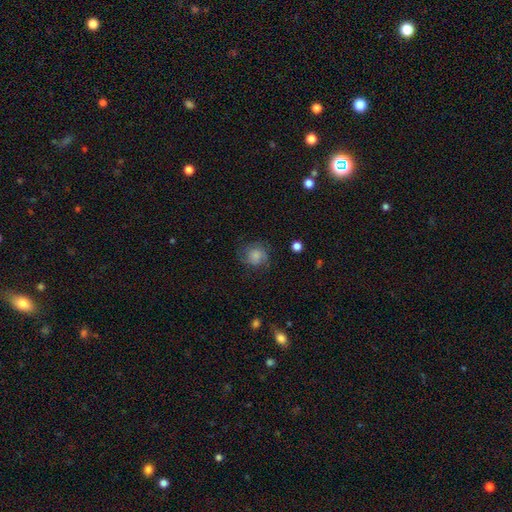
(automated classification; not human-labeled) This is likely a smooth galaxy (72%). How rounded: clearly round (83%). Merging: likely none (66%).